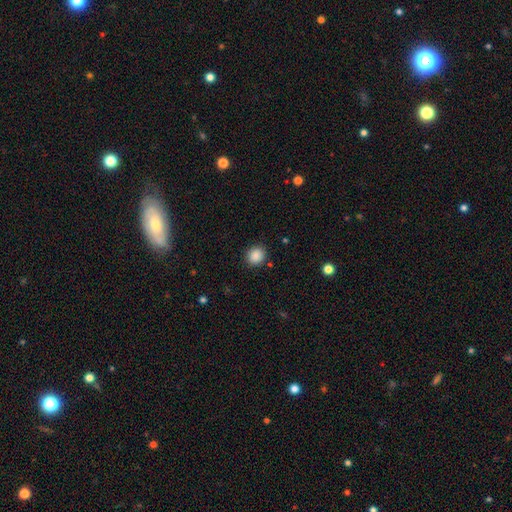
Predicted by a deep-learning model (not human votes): Q: Smooth or featured?
A: smooth (88%); runner-up: star or artifact (9%)
Q: How rounded?
A: round (80%); runner-up: in between (19%)
Q: Merging?
A: none (88%); runner-up: minor disturbance (8%)